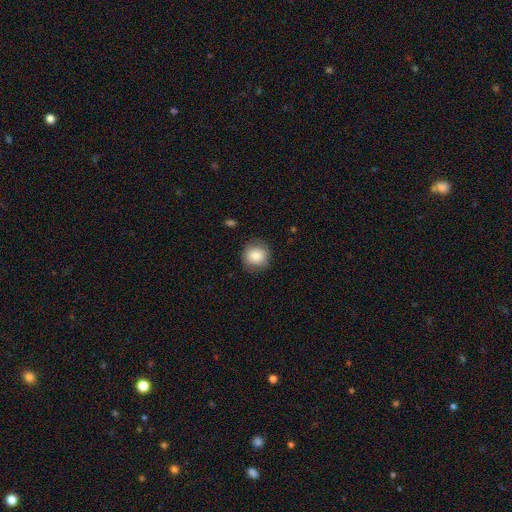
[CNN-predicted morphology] Overall: smooth (81%). How rounded: round (90%). Merging: none (83%).